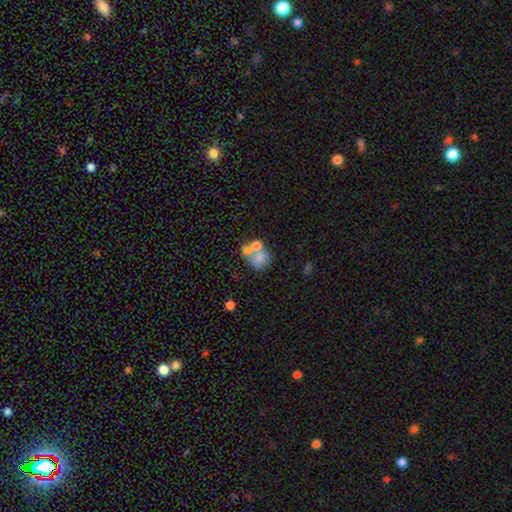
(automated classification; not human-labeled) A smooth galaxy with no disk features (56%) that is round (65%). Merging: merger (51%).